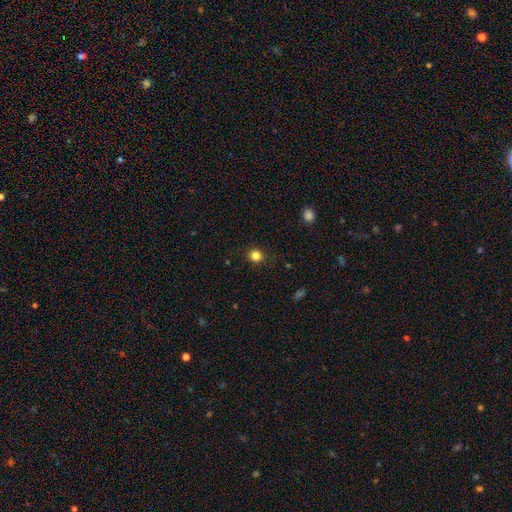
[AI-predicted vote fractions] Smooth or featured? smooth (82%)
How rounded? round (89%)
Merging? none (90%)